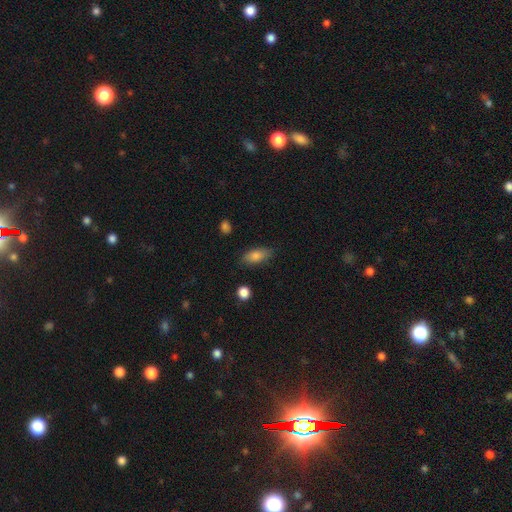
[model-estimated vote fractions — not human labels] Smooth or featured? smooth (81%)
How rounded? in between (83%)
Merging? none (80%)